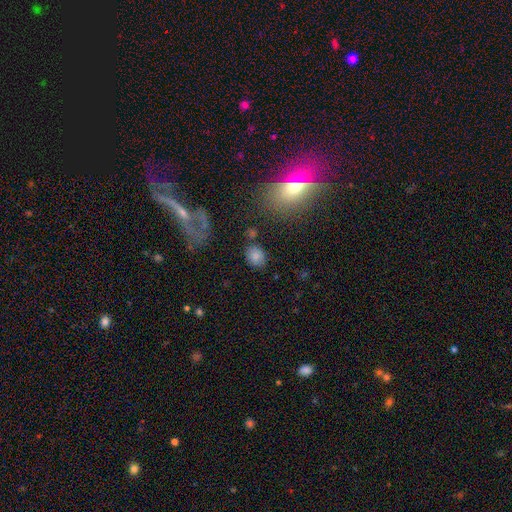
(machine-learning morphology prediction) type=smooth (80%); roundness=round (56%); merging=none (78%).